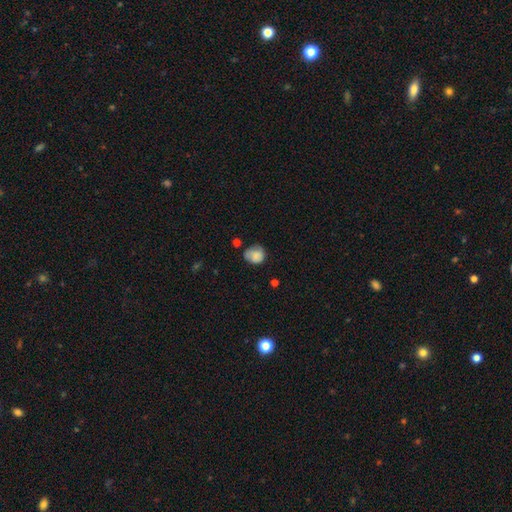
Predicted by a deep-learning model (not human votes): The model was most divided on "merging": none: 53%, minor disturbance: 33%, major disturbance: 9%, merger: 4%. More confident: smooth or featured — smooth (79%); how rounded — round (76%).